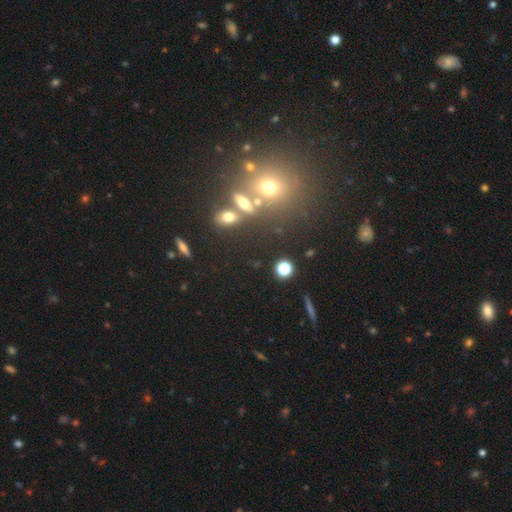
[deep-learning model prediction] star or artifact 51%, smooth 37%, featured or disk 12%.